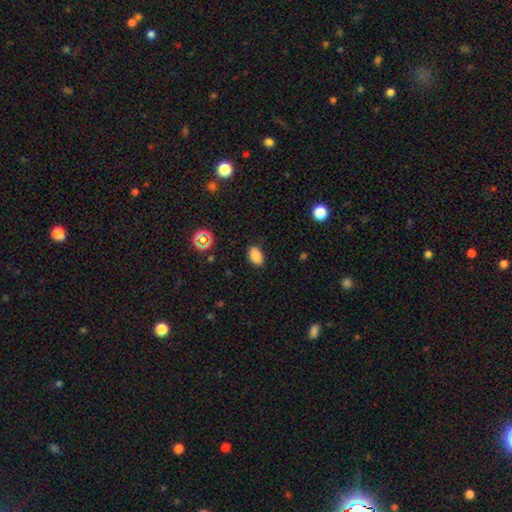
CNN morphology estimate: Q: Smooth or featured?
A: smooth (84%); runner-up: star or artifact (12%)
Q: How rounded?
A: in between (89%); runner-up: round (9%)
Q: Merging?
A: none (85%); runner-up: minor disturbance (11%)